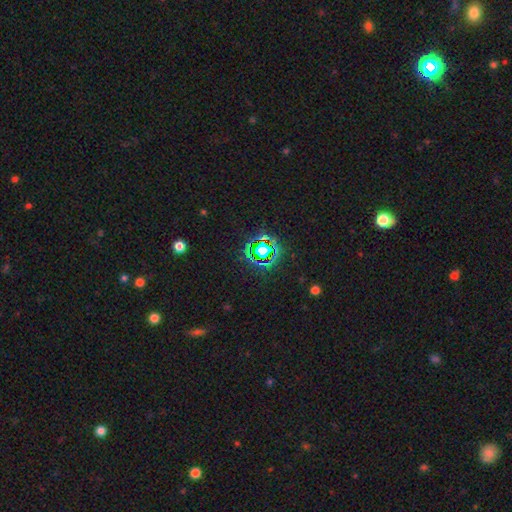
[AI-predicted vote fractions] The model was most divided on "smooth or featured": star or artifact: 76%, smooth: 15%, featured or disk: 9%.